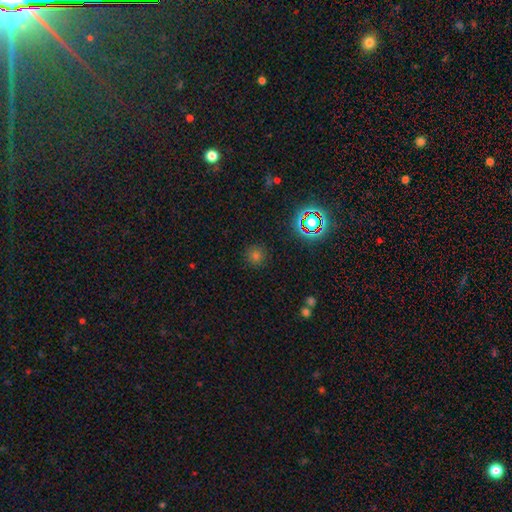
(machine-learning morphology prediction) A smooth galaxy with no disk features (64%) that is round (94%). Merging: none (89%).